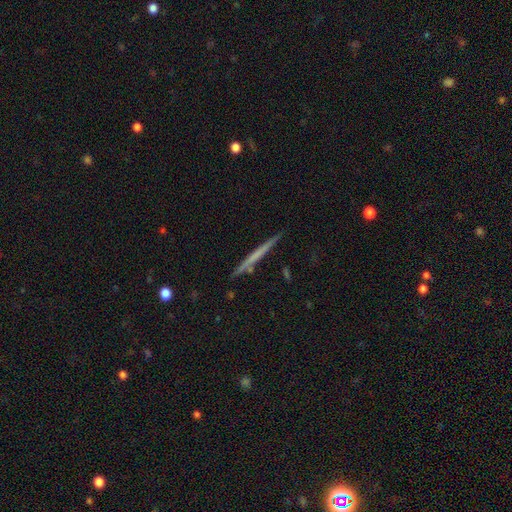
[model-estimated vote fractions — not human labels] The model was most divided on "smooth or featured": featured or disk: 51%, smooth: 43%, star or artifact: 6%. More confident: edge-on disk — yes (97%); merging — none (87%).